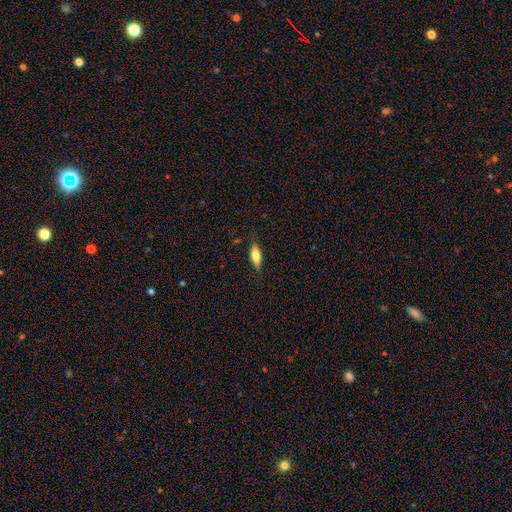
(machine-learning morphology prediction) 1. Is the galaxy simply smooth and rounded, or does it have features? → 62% smooth, 31% featured or disk, 7% star or artifact.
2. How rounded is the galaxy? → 64% in between, 33% cigar-shaped, 3% round.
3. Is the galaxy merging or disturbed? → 83% none, 13% minor disturbance, 3% major disturbance, 1% merger.